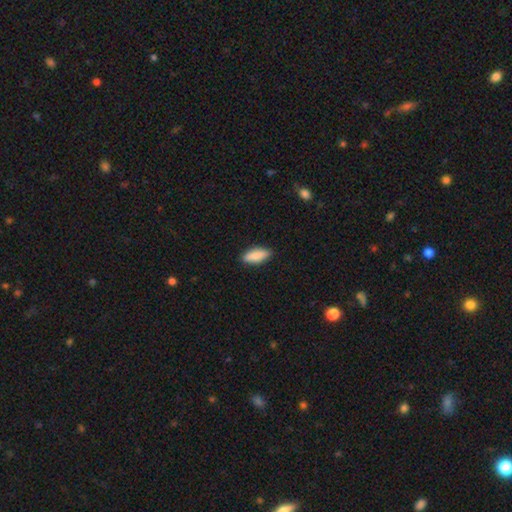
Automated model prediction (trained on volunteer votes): Morphology: type=smooth (86%); roundness=in between (70%); merging=none (88%).